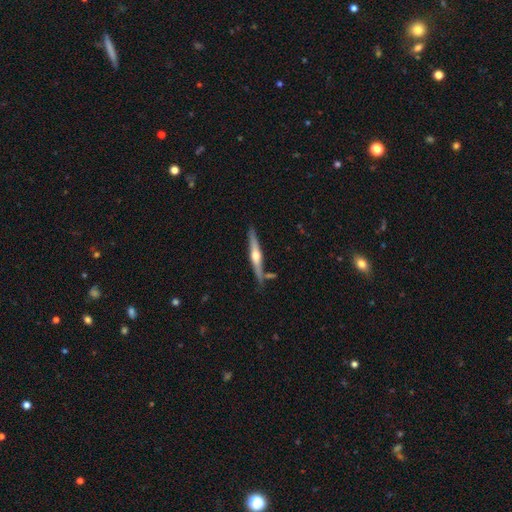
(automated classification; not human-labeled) Smooth or featured?
  - featured or disk: 67% *
  - smooth: 28%
  - star or artifact: 5%
Edge-on disk?
  - yes: 97% *
  - no: 3%
Edge-on bulge?
  - rounded: 92% *
  - none: 5%
  - boxy: 4%
Merging?
  - none: 80% *
  - minor disturbance: 12%
  - merger: 6%
  - major disturbance: 2%